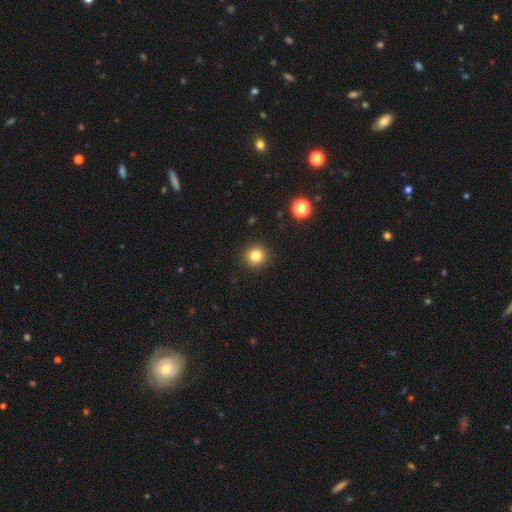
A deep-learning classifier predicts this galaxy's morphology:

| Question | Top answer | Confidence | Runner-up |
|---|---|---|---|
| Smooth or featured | smooth | 82% | star or artifact (12%) |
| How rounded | round | 94% | in between (5%) |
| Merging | none | 92% | minor disturbance (5%) |